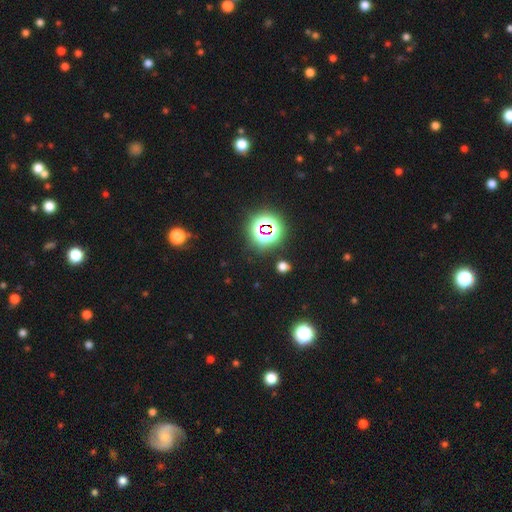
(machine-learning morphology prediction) Smooth or featured?
  - star or artifact: 83% *
  - smooth: 11%
  - featured or disk: 7%